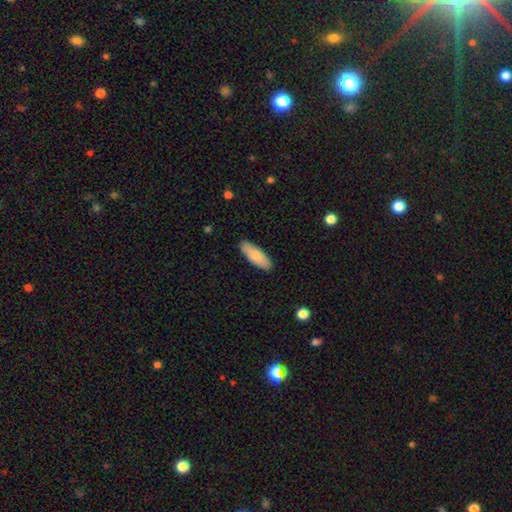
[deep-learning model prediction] Smooth or featured? Predicted: smooth (p=0.82). How rounded? Predicted: in between (p=0.68). Merging? Predicted: none (p=0.87).